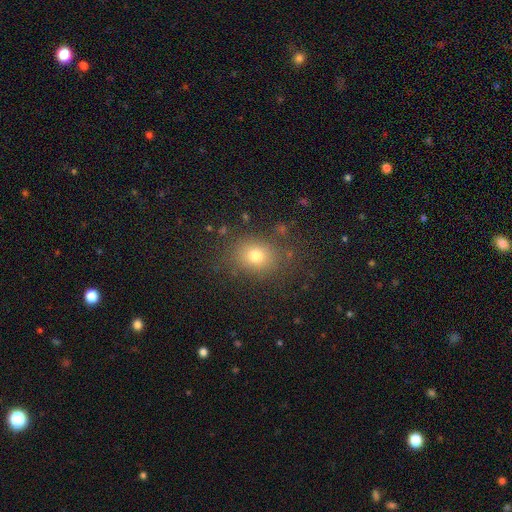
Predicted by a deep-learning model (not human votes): This is likely a smooth galaxy (75%). How rounded: possibly round (56%). Merging: clearly none (80%).